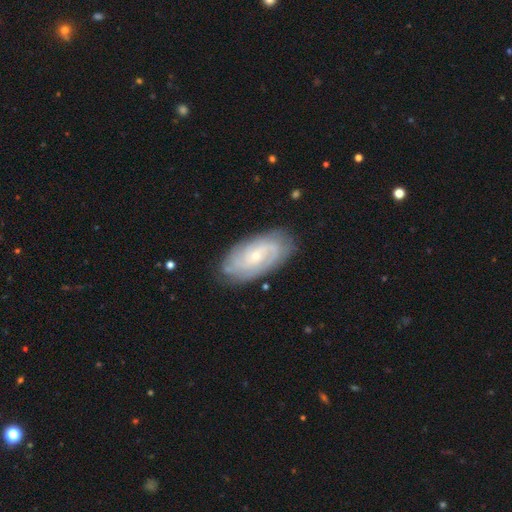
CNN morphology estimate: The model was most divided on "spiral arm count": can't tell: 34%, 2: 26%, 3: 17%, 4: 13%, more than 4: 5%, 1: 5%. More confident: spiral arms — yes (95%); edge-on disk — no (95%); merging — none (81%); smooth or featured — featured or disk (81%); bulge size — small (73%); spiral winding — tight (64%); bar — no (63%).